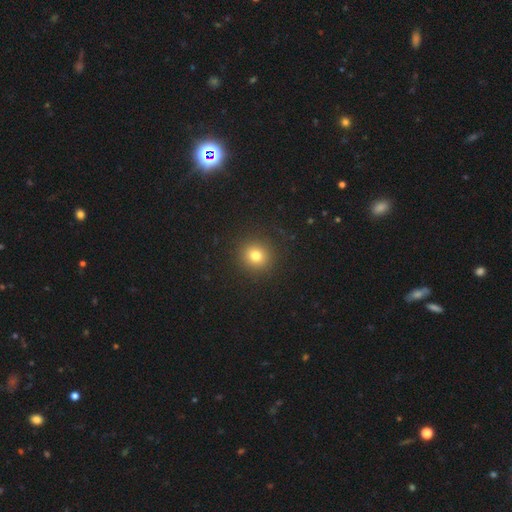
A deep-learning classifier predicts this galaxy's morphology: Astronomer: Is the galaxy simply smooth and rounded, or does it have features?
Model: smooth — 78%.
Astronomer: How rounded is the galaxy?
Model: round — 90%.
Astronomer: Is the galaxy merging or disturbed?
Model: none — 91%.